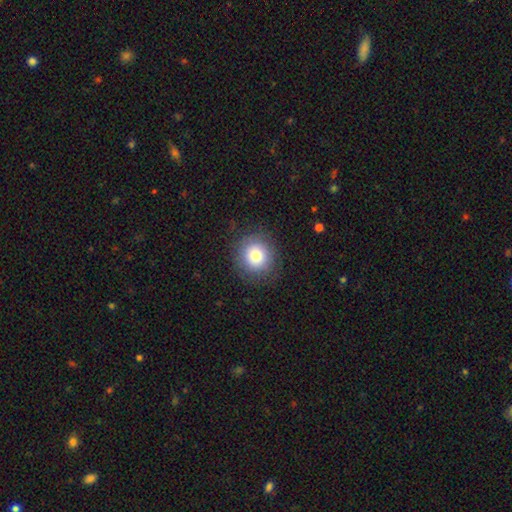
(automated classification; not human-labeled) Smooth or featured? smooth (79%)
How rounded? round (90%)
Merging? none (87%)